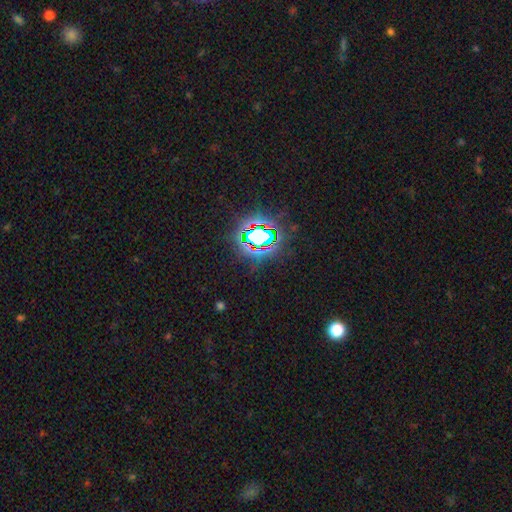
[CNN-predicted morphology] Overall: star or artifact (81%).